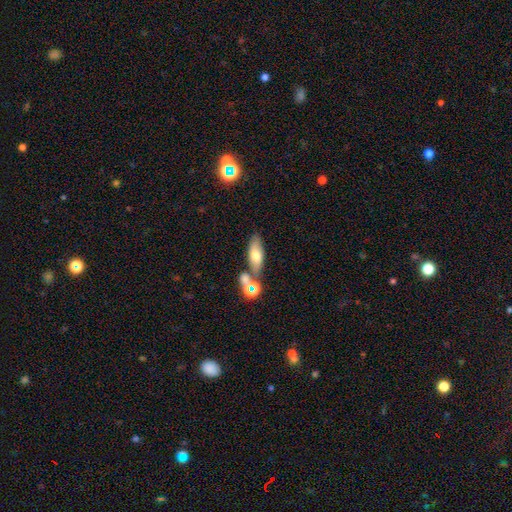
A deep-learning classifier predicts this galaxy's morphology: This is likely a smooth galaxy (61%). How rounded: likely in between (68%). Merging: possibly none (58%).